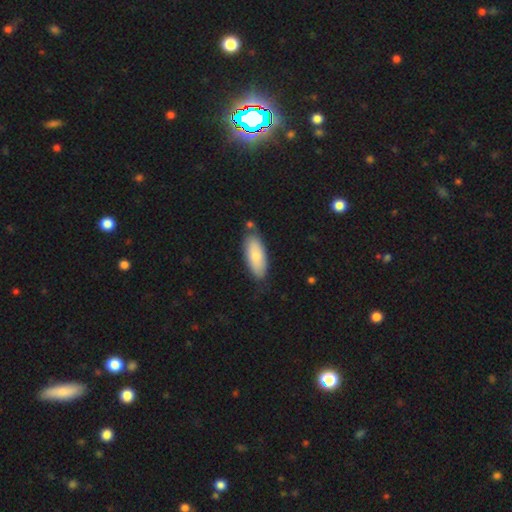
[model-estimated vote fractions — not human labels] This is likely a smooth galaxy (73%). How rounded: likely in between (79%). Merging: likely none (71%).